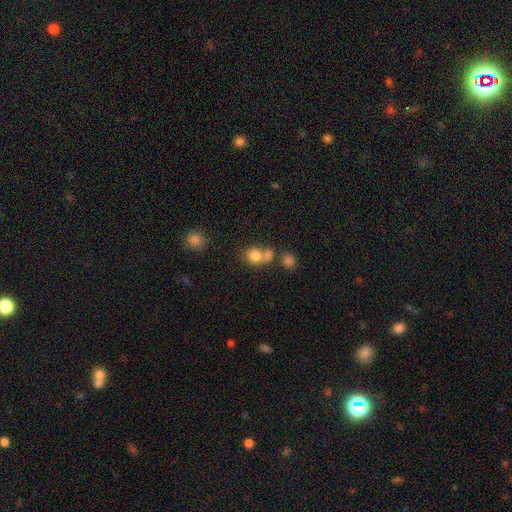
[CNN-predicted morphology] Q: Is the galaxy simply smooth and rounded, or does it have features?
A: smooth — 79%.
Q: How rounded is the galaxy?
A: round — 75%.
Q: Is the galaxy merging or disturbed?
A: merger — 44%.